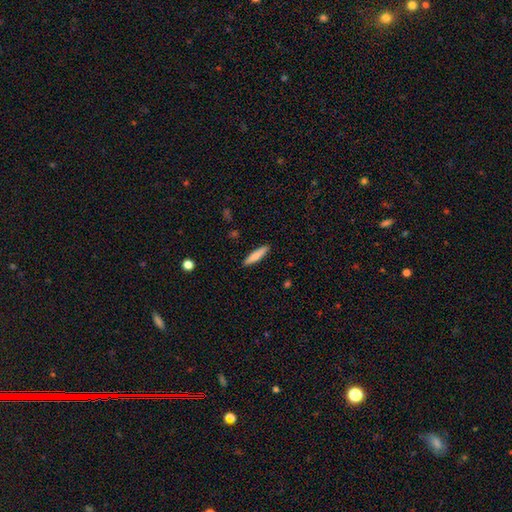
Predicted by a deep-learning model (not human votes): Smooth or featured: smooth — 76% (featured or disk — 19%)
How rounded: cigar-shaped — 83% (in between — 16%)
Merging: none — 90% (minor disturbance — 7%)